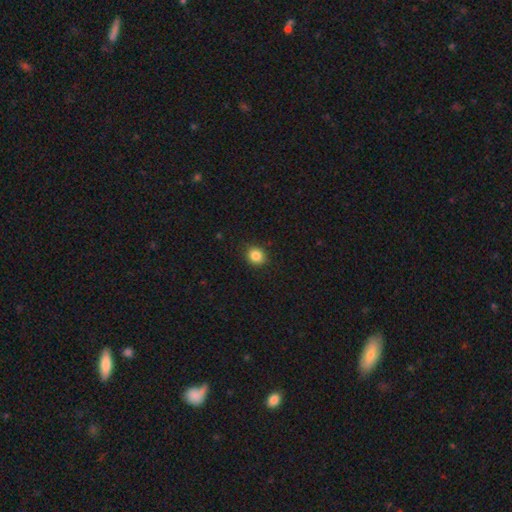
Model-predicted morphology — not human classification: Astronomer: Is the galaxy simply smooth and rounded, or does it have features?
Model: smooth — 85%.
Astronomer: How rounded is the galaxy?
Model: round — 76%.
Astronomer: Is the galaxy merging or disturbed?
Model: none — 89%.